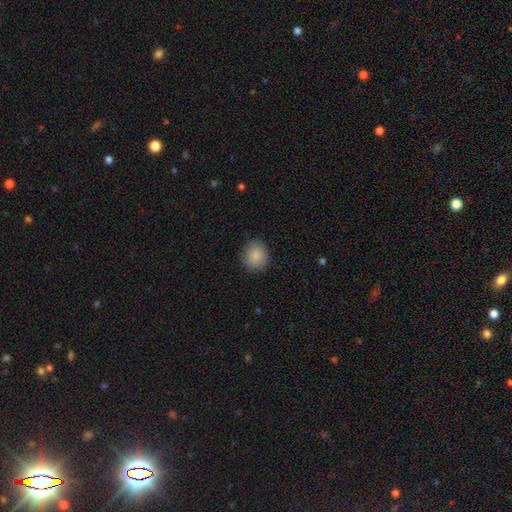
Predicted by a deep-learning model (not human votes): Q: Smooth or featured?
A: smooth (87%); runner-up: star or artifact (8%)
Q: How rounded?
A: round (85%); runner-up: in between (14%)
Q: Merging?
A: none (86%); runner-up: minor disturbance (10%)